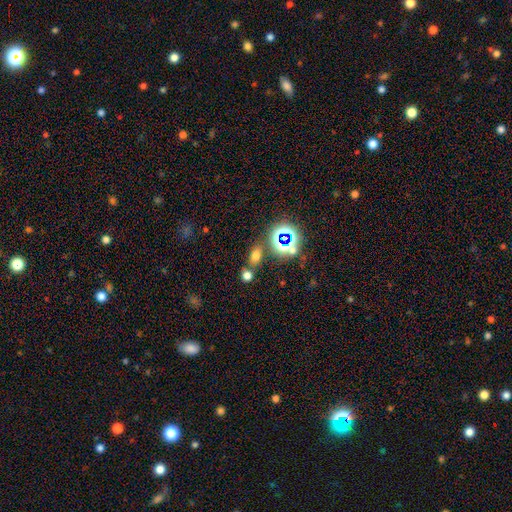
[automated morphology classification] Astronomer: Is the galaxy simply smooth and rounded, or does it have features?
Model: smooth — 61%.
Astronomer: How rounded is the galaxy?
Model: in between — 70%.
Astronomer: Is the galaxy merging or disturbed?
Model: none — 72%.